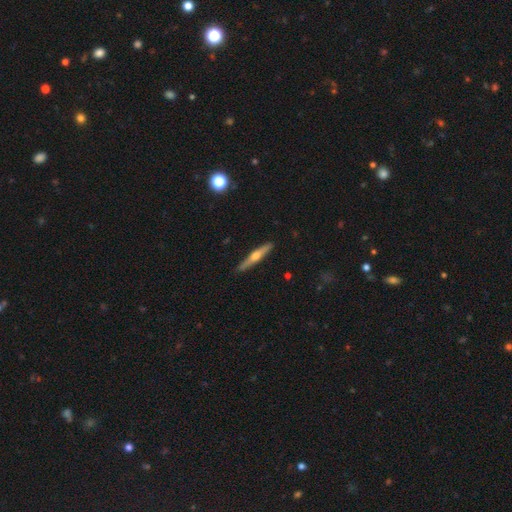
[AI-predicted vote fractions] Smooth or featured? Predicted: featured or disk (p=0.57). Edge-on disk? Predicted: yes (p=0.96). Edge-on bulge? Predicted: rounded (p=0.90). Merging? Predicted: none (p=0.88).